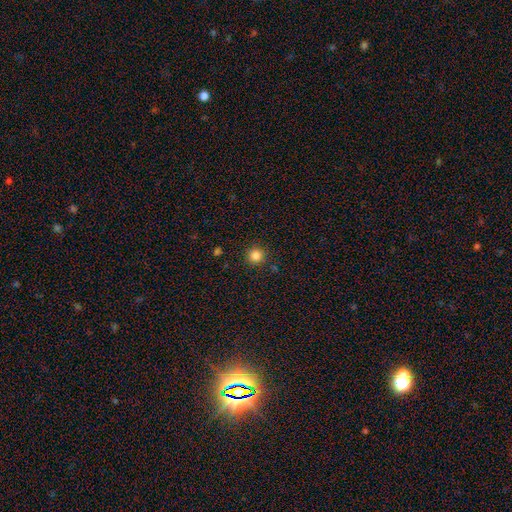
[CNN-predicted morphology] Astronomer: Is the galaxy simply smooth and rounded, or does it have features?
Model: smooth — 84%.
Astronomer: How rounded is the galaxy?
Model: round — 94%.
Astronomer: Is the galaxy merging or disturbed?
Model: none — 90%.